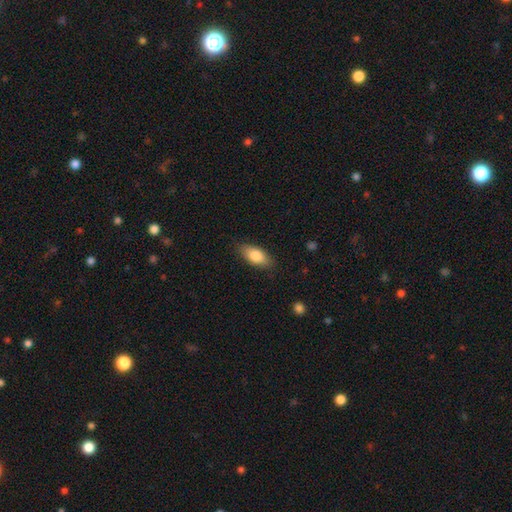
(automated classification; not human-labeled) A smooth galaxy with no disk features (81%) that is in between round and cigar-shaped (86%). Merging: none (84%).